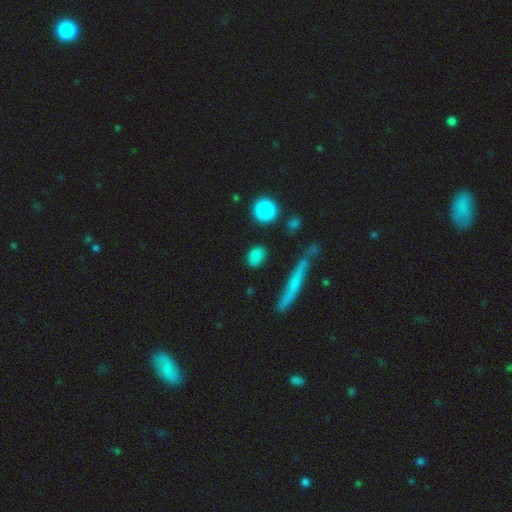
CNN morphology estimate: Smooth or featured?
  - smooth: 80% *
  - star or artifact: 11%
  - featured or disk: 8%
How rounded?
  - in between: 50% *
  - round: 44%
  - cigar-shaped: 5%
Merging?
  - none: 81% *
  - minor disturbance: 12%
  - major disturbance: 4%
  - merger: 3%